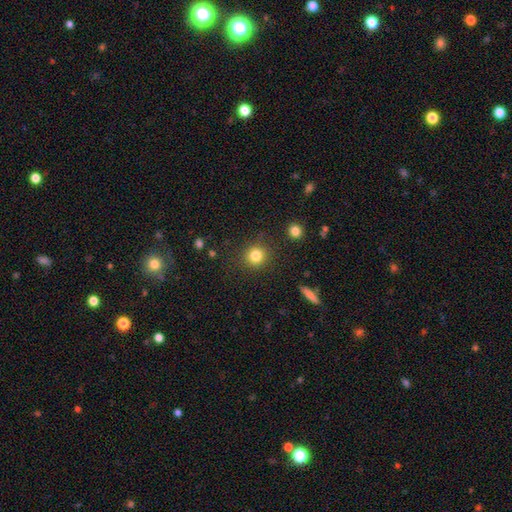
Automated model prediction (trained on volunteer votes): Q: Smooth or featured?
A: smooth (82%); runner-up: star or artifact (12%)
Q: How rounded?
A: round (90%); runner-up: in between (9%)
Q: Merging?
A: none (88%); runner-up: minor disturbance (7%)